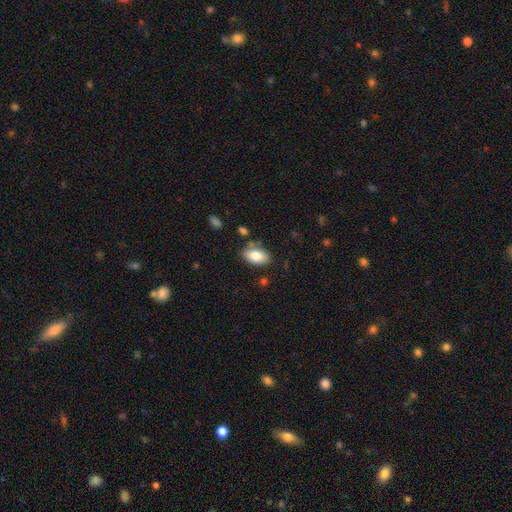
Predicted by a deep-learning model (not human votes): Overall: smooth (81%). How rounded: in between (93%). Merging: none (75%).